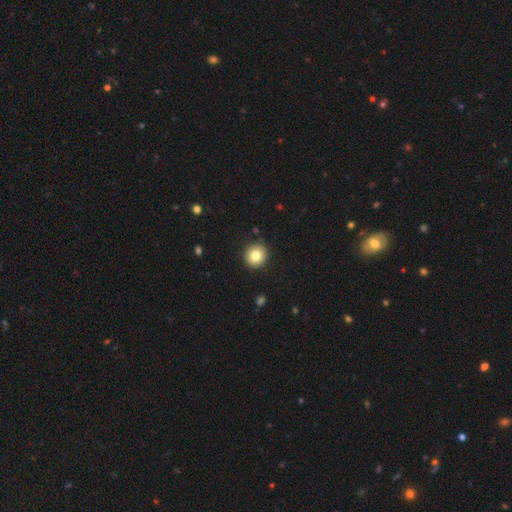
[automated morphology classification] smooth-or-featured: smooth: 81% | star or artifact: 10% | featured or disk: 10%
  how-rounded: round: 92% | in between: 7% | cigar-shaped: 1%
  merging: none: 91% | minor disturbance: 6% | major disturbance: 2% | merger: 1%